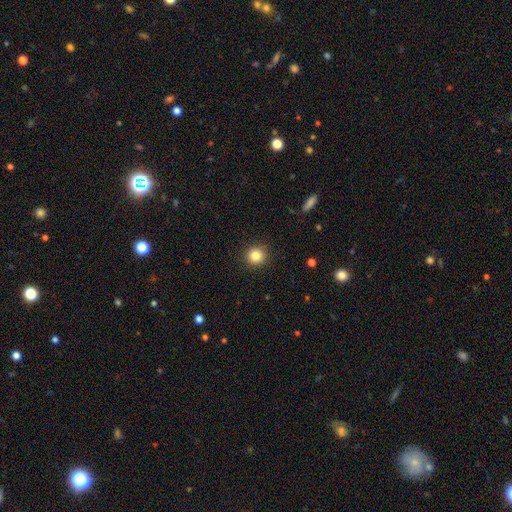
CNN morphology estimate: The model was most divided on "smooth or featured": smooth: 84%, star or artifact: 11%, featured or disk: 5%. More confident: how rounded — round (93%); merging — none (92%).